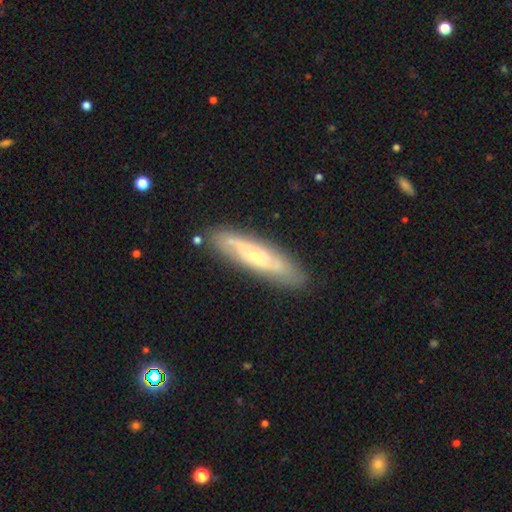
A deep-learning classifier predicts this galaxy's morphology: Smooth or featured? Predicted: featured or disk (p=0.65). Edge-on disk? Predicted: no (p=0.63). Merging? Predicted: none (p=0.81).